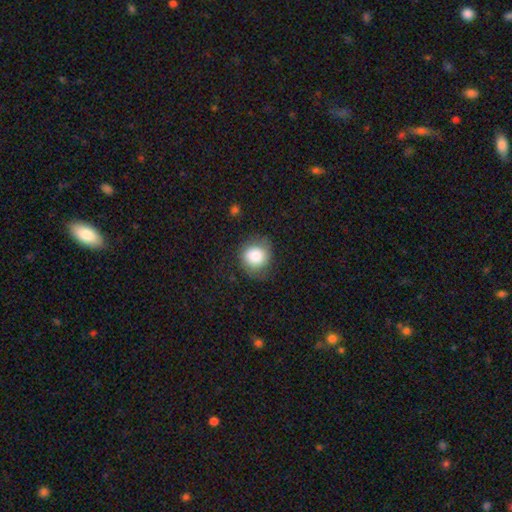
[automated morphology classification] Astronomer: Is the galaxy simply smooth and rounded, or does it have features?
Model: smooth — 81%.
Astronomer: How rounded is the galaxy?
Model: round — 84%.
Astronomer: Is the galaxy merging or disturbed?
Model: none — 71%.